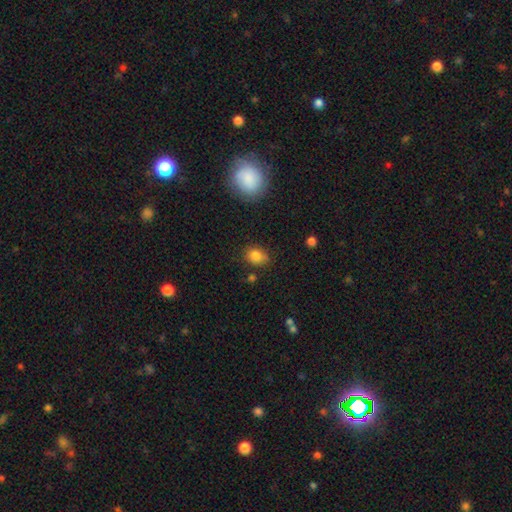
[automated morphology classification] This is clearly a smooth galaxy (82%). How rounded: possibly in between (53%). Merging: likely none (68%).